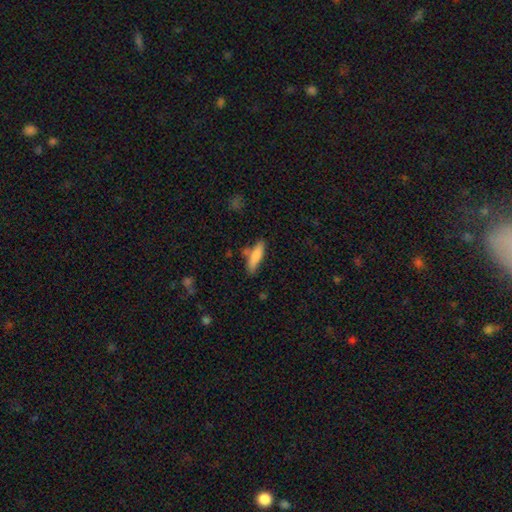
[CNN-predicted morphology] Overall: smooth (80%). How rounded: cigar-shaped (67%; in between 32%). Merging: none (71%).